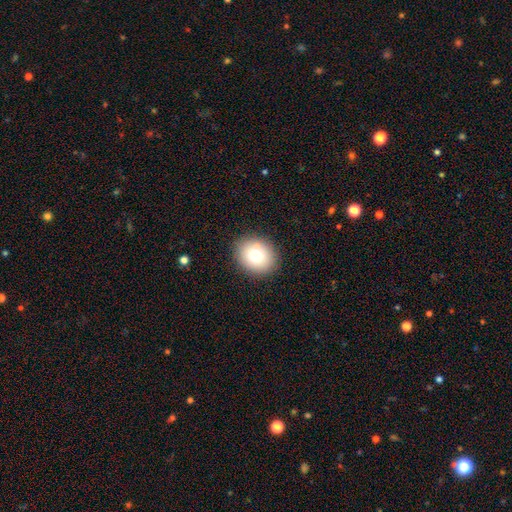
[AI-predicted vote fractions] smooth-or-featured: smooth: 75% | featured or disk: 14% | star or artifact: 12%
  how-rounded: round: 68% | in between: 31% | cigar-shaped: 1%
  merging: none: 85% | minor disturbance: 9% | merger: 3% | major disturbance: 3%